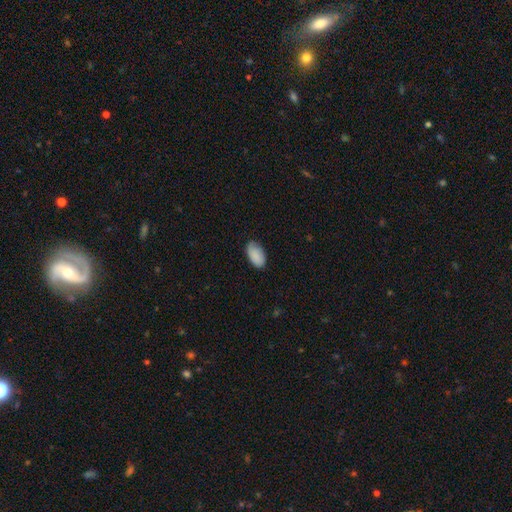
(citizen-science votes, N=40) Smooth or featured: smooth — 80% (featured or disk — 15%)
How rounded: in between — 97% (round — 3%)
Merging: none — 74% (minor disturbance — 26%)